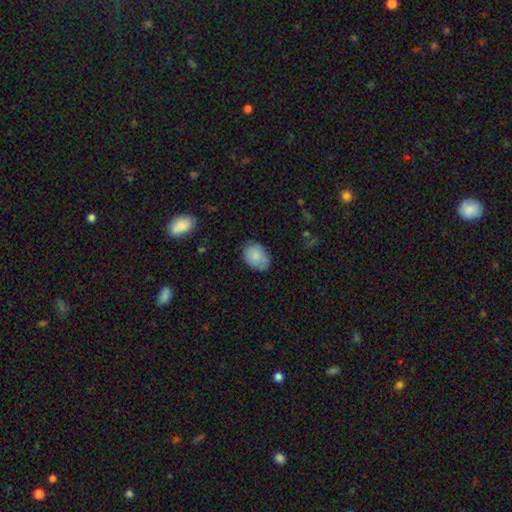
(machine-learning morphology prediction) smooth_or_featured: smooth (p=0.84) [alt: featured or disk p=0.09]
how_rounded: in between (p=0.74) [alt: round p=0.25]
merging: none (p=0.73) [alt: minor disturbance p=0.21]